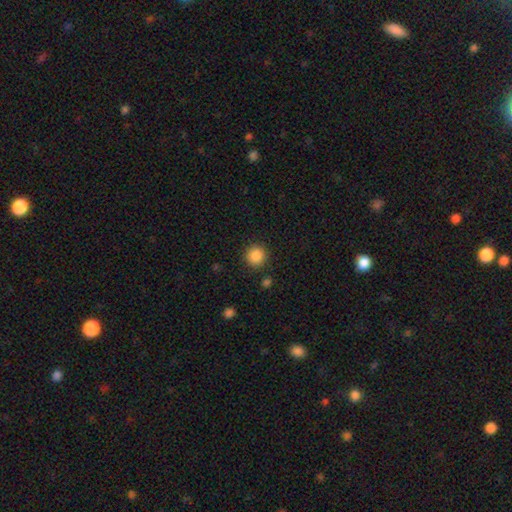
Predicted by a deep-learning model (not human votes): This is clearly a smooth galaxy (87%). How rounded: clearly round (93%). Merging: clearly none (89%).